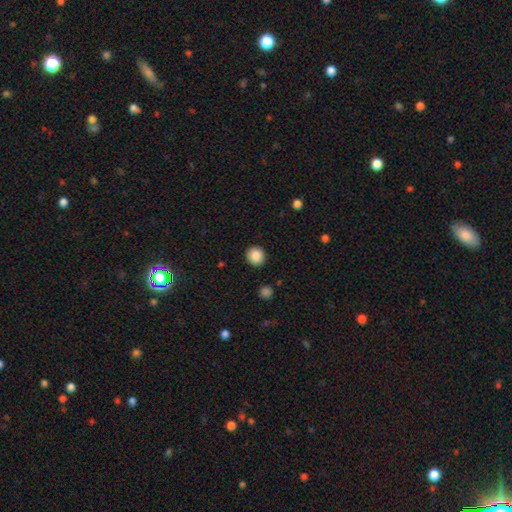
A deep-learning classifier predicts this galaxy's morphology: A smooth galaxy with no disk features (88%) that is round (90%). Merging: none (92%).